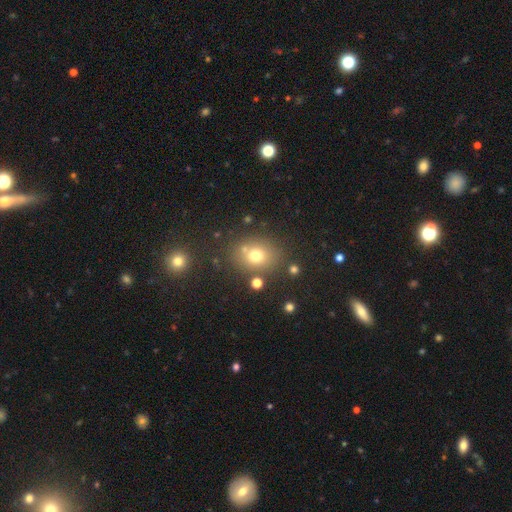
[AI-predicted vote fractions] Smooth or featured: smooth — 71% (star or artifact — 17%)
How rounded: round — 61% (in between — 38%)
Merging: none — 73% (minor disturbance — 12%)